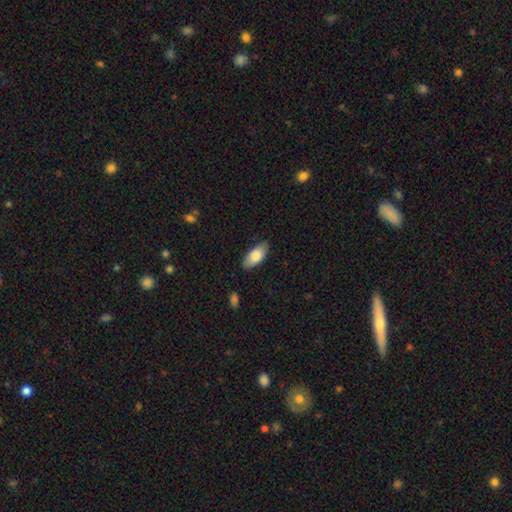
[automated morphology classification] Smooth or featured: smooth — 83% (featured or disk — 11%)
How rounded: in between — 90% (cigar-shaped — 7%)
Merging: none — 81% (minor disturbance — 15%)